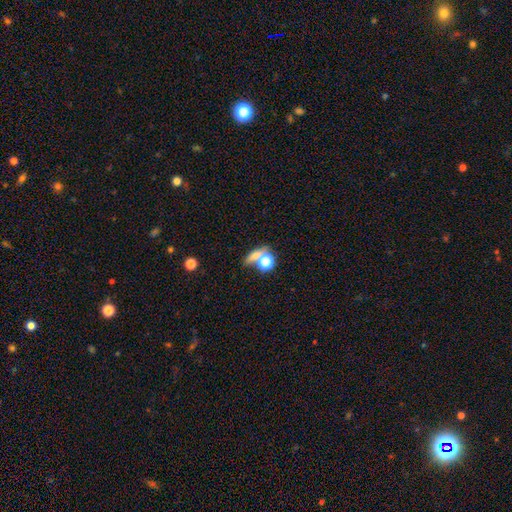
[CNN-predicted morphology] Smooth or featured: smooth — 64% (featured or disk — 18%)
How rounded: in between — 42% (round — 41%)
Merging: merger — 42% (none — 39%)